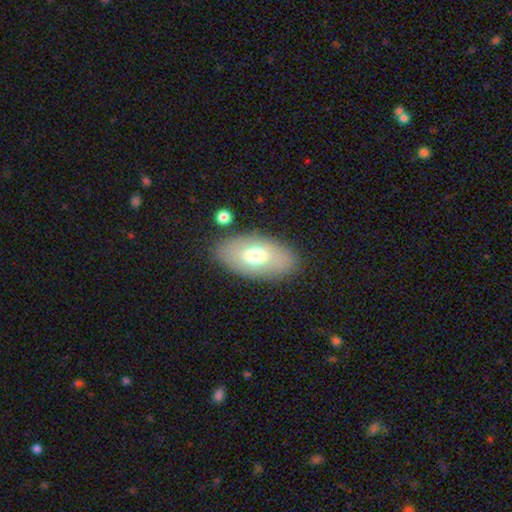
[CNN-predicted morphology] The model was most divided on "smooth or featured": smooth: 66%, featured or disk: 27%, star or artifact: 7%. More confident: how rounded — in between (94%); merging — none (82%).